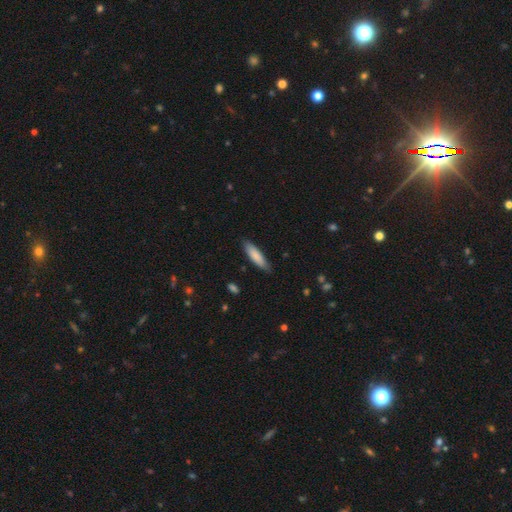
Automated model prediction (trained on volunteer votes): This is clearly a smooth galaxy (84%). How rounded: likely cigar-shaped (72%). Merging: clearly none (85%).